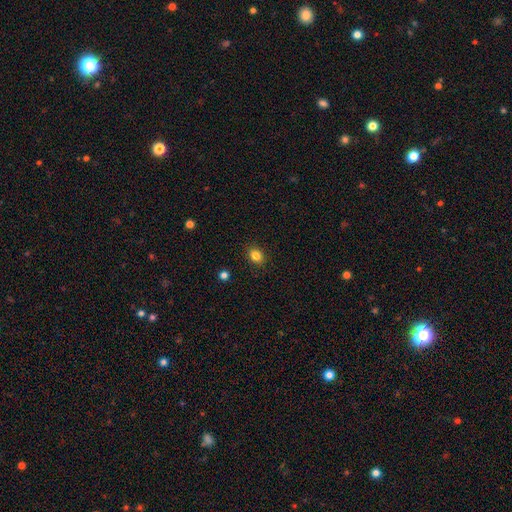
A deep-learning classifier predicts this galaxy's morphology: A smooth galaxy with no disk features (84%) that is round (58%). Merging: none (89%).